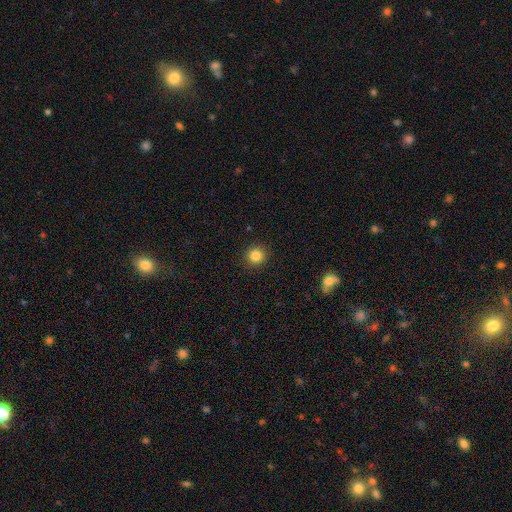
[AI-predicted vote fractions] Q: Smooth or featured?
A: smooth (85%); runner-up: star or artifact (11%)
Q: How rounded?
A: round (93%); runner-up: in between (6%)
Q: Merging?
A: none (92%); runner-up: minor disturbance (5%)